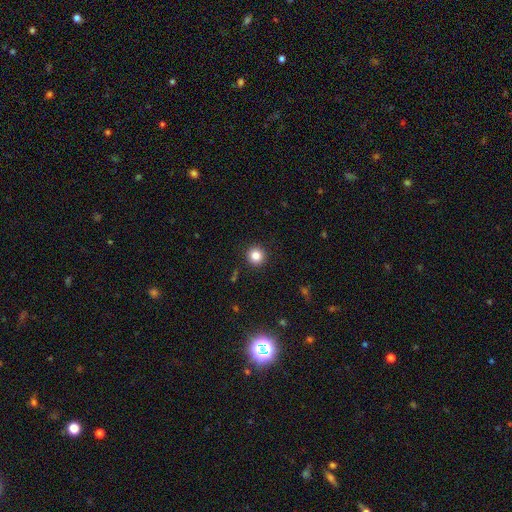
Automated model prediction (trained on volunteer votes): Morphology: type=smooth (84%); roundness=round (94%); merging=none (92%).